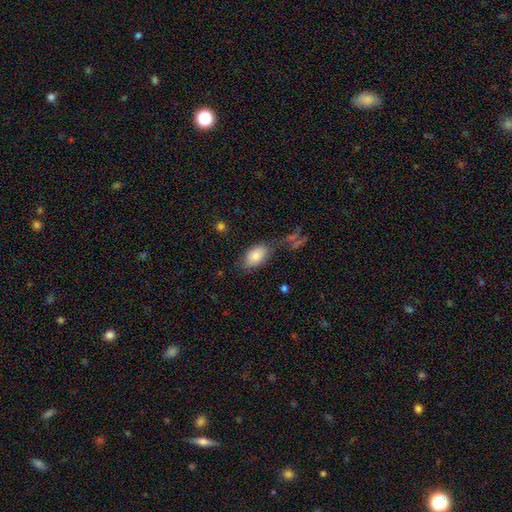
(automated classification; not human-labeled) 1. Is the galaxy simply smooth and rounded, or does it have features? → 84% smooth, 9% featured or disk, 7% star or artifact.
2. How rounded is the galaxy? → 92% in between, 6% round, 2% cigar-shaped.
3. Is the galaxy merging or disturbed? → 66% none, 20% minor disturbance, 8% merger, 7% major disturbance.